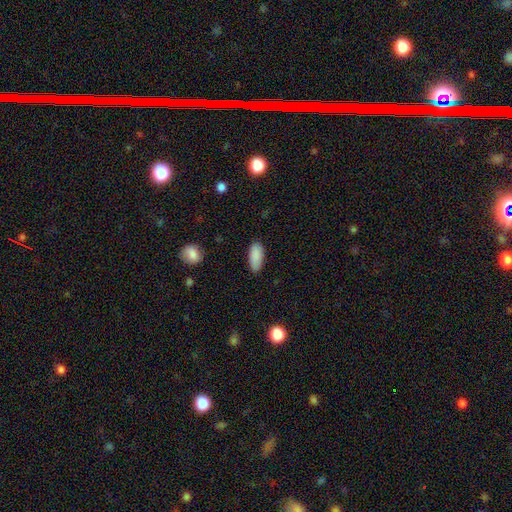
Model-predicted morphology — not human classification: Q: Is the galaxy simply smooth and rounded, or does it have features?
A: smooth — 88%.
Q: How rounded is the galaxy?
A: in between — 85%.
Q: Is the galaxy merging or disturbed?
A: none — 81%.